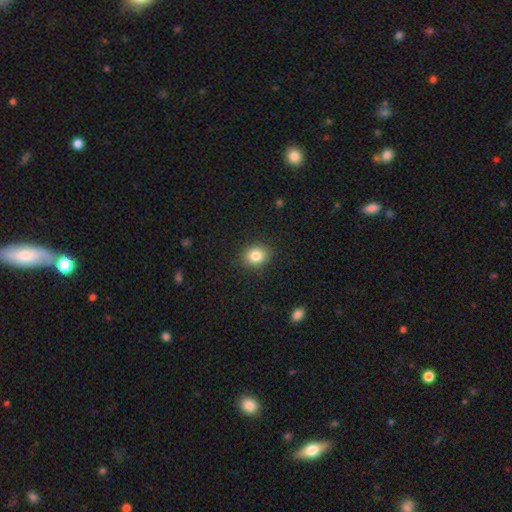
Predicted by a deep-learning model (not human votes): Smooth or featured? smooth (84%)
How rounded? round (59%)
Merging? none (89%)